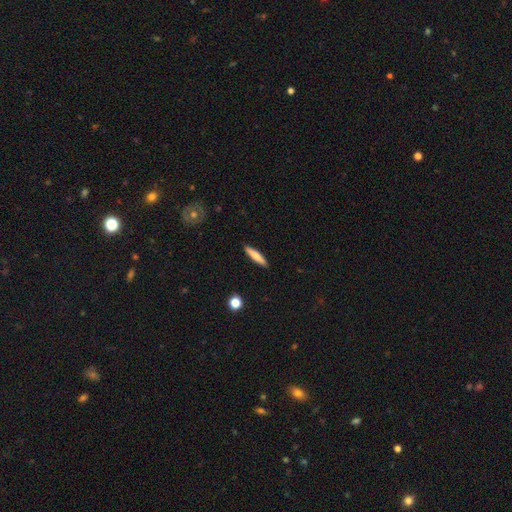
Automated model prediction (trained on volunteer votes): A smooth galaxy with no disk features (66%) that is cigar-shaped (87%). Merging: none (91%).